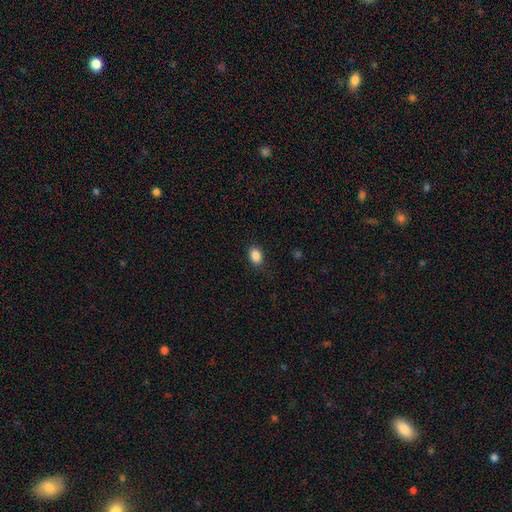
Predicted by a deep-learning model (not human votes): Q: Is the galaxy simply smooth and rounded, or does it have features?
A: smooth — 88%.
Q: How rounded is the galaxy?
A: in between — 79%.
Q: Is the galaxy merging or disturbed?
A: none — 83%.